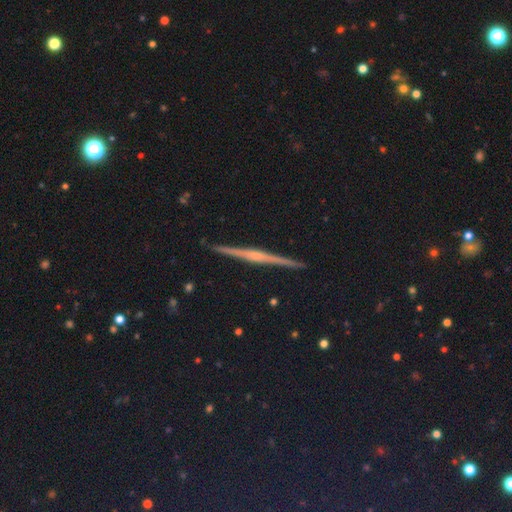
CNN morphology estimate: This is clearly a featured or disk galaxy (81%). It is clearly viewed edge-on (99%). Edge-on bulge: possibly rounded (53%). Merging: clearly none (93%).